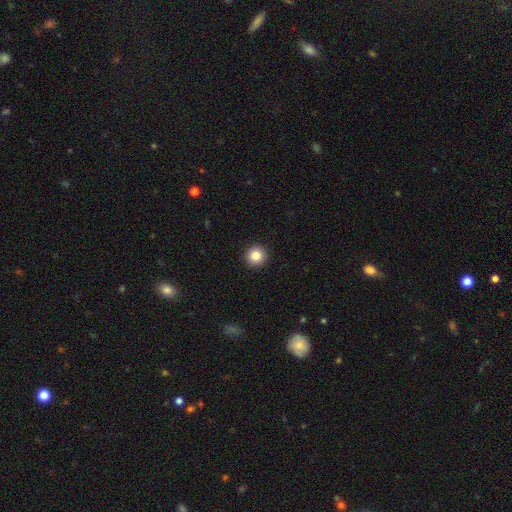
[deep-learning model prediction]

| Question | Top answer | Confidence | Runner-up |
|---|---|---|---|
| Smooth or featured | smooth | 85% | star or artifact (10%) |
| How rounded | round | 95% | in between (4%) |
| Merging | none | 93% | minor disturbance (4%) |